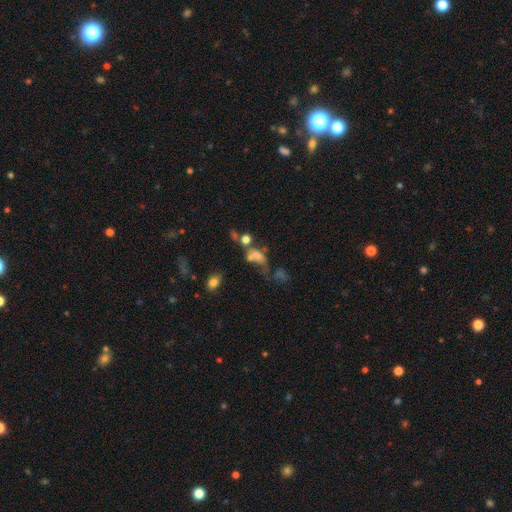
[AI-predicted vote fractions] This is possibly a smooth galaxy (53%). How rounded: likely in between (66%). Merging: marginally merger (42%).